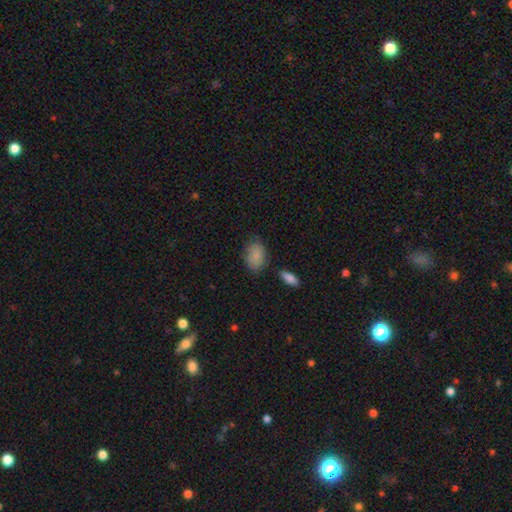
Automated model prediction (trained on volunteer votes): smooth 86%, star or artifact 7%, featured or disk 7%. Down the decision tree: how rounded — in between (85%); merging — none (75%).